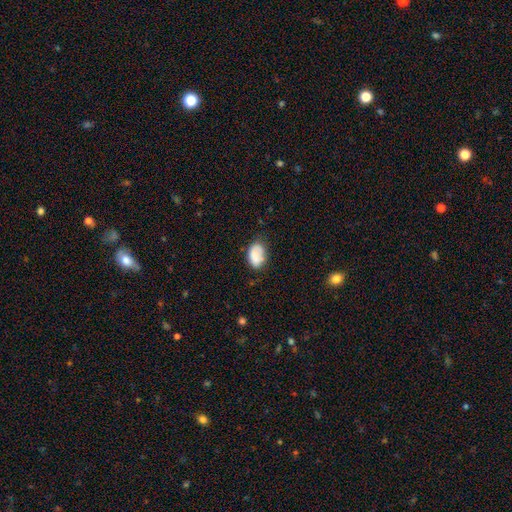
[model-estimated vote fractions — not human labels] This appears to be a smooth galaxy with no disk features (82%) that is in between round and cigar-shaped (88%). Merging: none (63%).